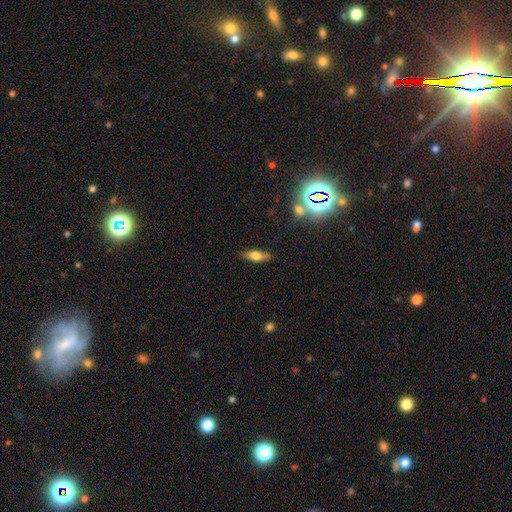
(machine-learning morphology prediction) This is possibly a smooth galaxy (56%). How rounded: possibly in between (57%). Merging: clearly none (80%).